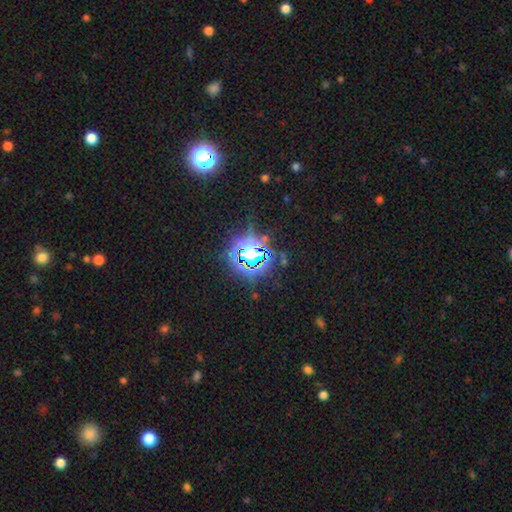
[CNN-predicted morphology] The model was most divided on "smooth or featured": star or artifact: 80%, smooth: 13%, featured or disk: 7%.